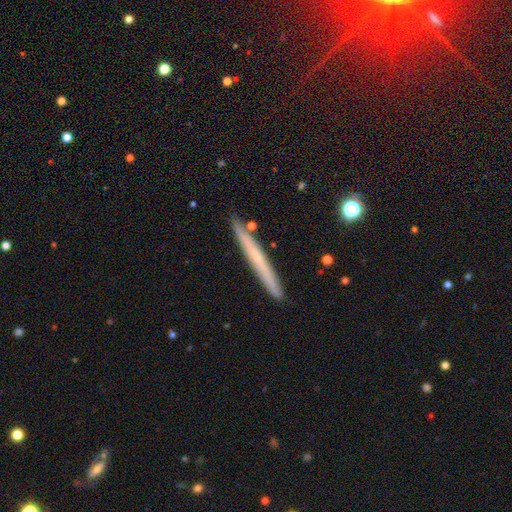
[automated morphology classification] smooth-or-featured: smooth: 48% | featured or disk: 45% | star or artifact: 7%
  merging: none: 88% | minor disturbance: 9% | merger: 2% | major disturbance: 1%